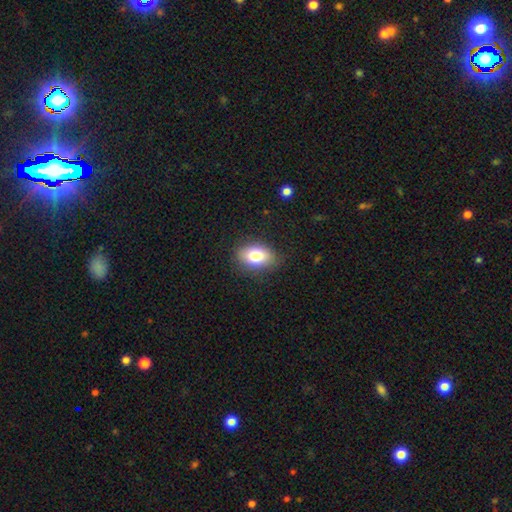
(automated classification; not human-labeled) Smooth or featured?
  - smooth: 79% *
  - featured or disk: 12%
  - star or artifact: 9%
How rounded?
  - in between: 84% *
  - round: 15%
  - cigar-shaped: 1%
Merging?
  - none: 83% *
  - minor disturbance: 12%
  - major disturbance: 3%
  - merger: 1%